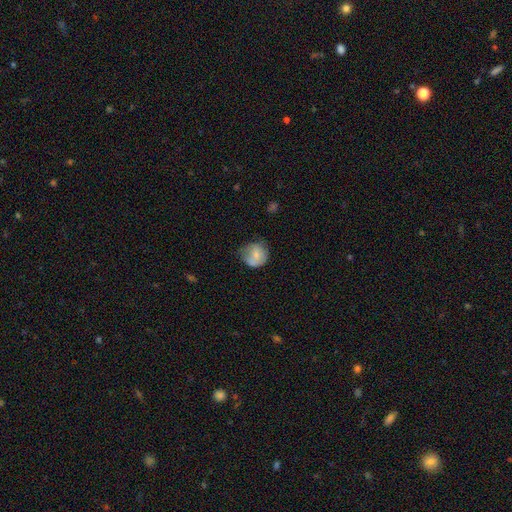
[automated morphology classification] Smooth or featured? Predicted: smooth (p=0.71). How rounded? Predicted: round (p=0.78). Merging? Predicted: none (p=0.46).